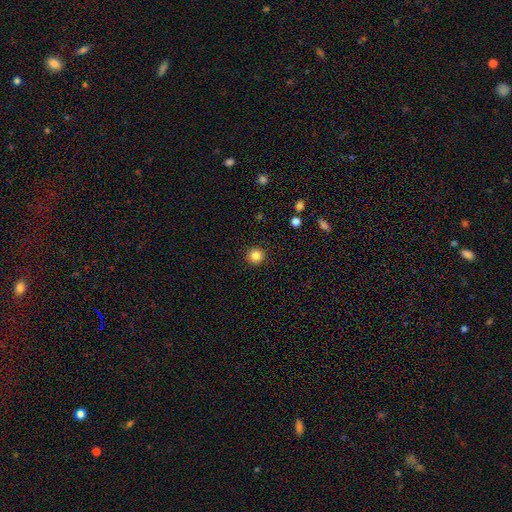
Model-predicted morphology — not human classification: Smooth or featured?
  - smooth: 85% *
  - star or artifact: 11%
  - featured or disk: 4%
How rounded?
  - round: 95% *
  - in between: 4%
  - cigar-shaped: 1%
Merging?
  - none: 93% *
  - minor disturbance: 5%
  - major disturbance: 2%
  - merger: 1%